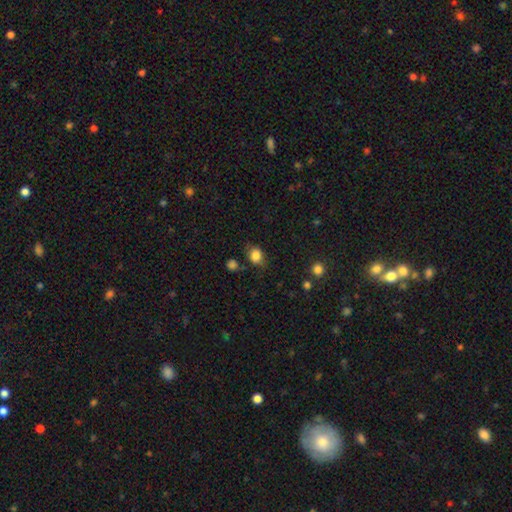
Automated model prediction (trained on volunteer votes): smooth 84%, star or artifact 10%, featured or disk 6%. Down the decision tree: how rounded — in between (52%); merging — none (70%).